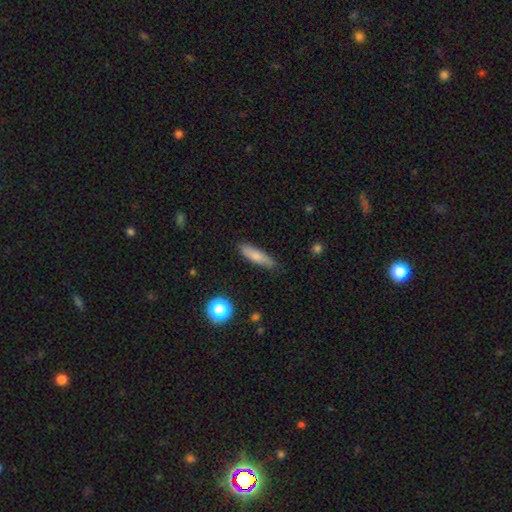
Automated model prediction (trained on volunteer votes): Smooth or featured? Predicted: smooth (p=0.75). How rounded? Predicted: cigar-shaped (p=0.68). Merging? Predicted: none (p=0.82).